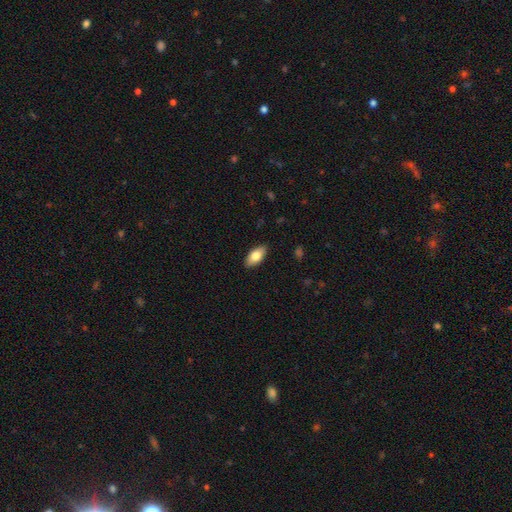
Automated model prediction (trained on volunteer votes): smooth_or_featured: smooth (p=0.79) [alt: featured or disk p=0.15]
how_rounded: in between (p=0.90) [alt: cigar-shaped p=0.07]
merging: none (p=0.88) [alt: minor disturbance p=0.09]